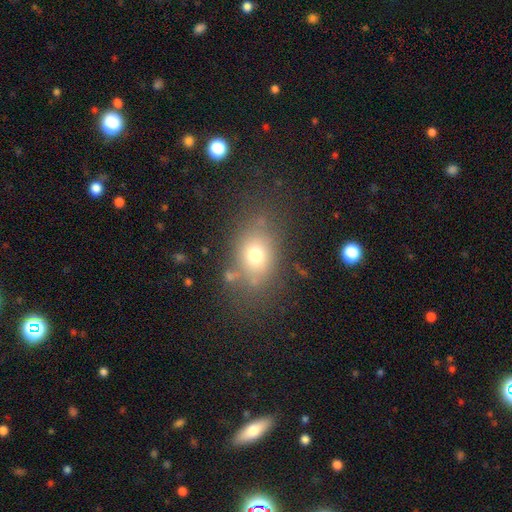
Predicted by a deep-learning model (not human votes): This appears to be a smooth galaxy with no disk features (70%) that is in between round and cigar-shaped (64%). Merging: none (71%).